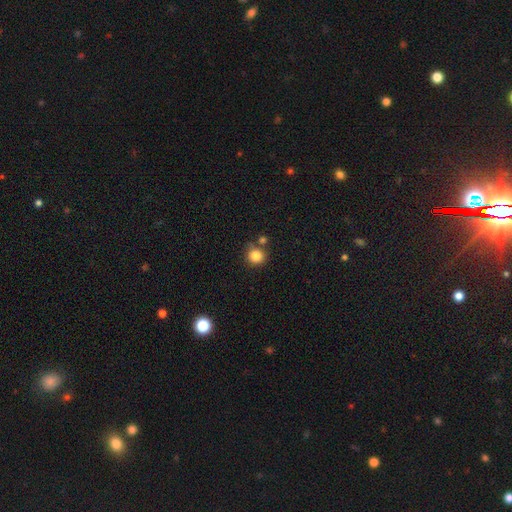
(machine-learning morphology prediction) Smooth or featured: smooth — 84% (star or artifact — 11%)
How rounded: round — 90% (in between — 9%)
Merging: none — 71% (merger — 14%)